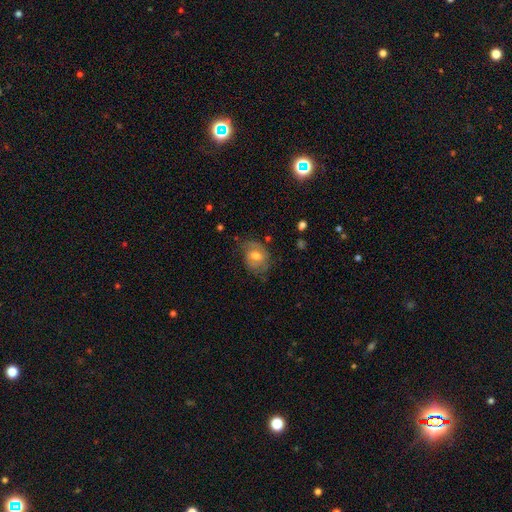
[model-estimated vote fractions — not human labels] Smooth or featured? smooth (47%)
Merging? none (57%)